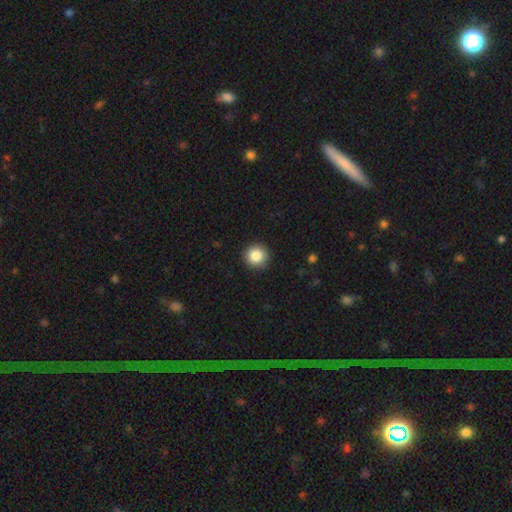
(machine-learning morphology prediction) smooth_or_featured: smooth (p=0.86) [alt: star or artifact p=0.09]
how_rounded: round (p=0.95) [alt: in between p=0.04]
merging: none (p=0.91) [alt: minor disturbance p=0.06]